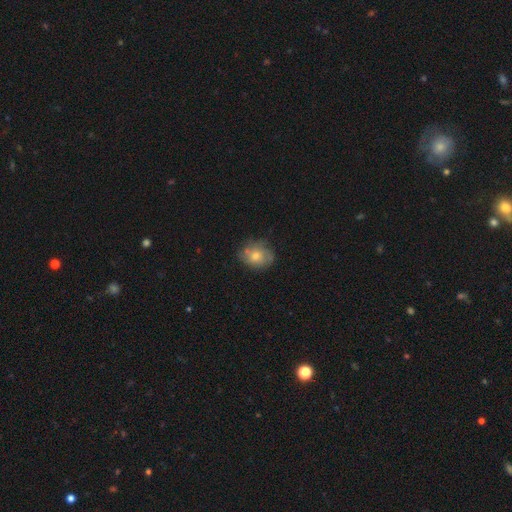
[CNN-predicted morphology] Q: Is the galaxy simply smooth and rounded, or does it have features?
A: smooth — 51%.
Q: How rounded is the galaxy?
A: round — 56%.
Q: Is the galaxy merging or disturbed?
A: none — 63%.